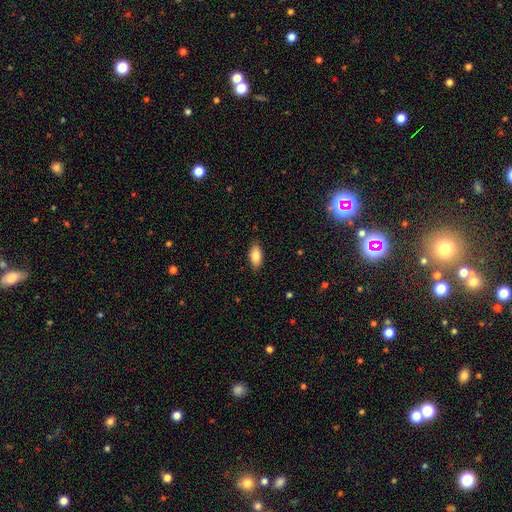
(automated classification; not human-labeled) Smooth or featured?
  - smooth: 83% *
  - featured or disk: 10%
  - star or artifact: 7%
How rounded?
  - in between: 90% *
  - cigar-shaped: 7%
  - round: 3%
Merging?
  - none: 85% *
  - minor disturbance: 12%
  - major disturbance: 2%
  - merger: 1%